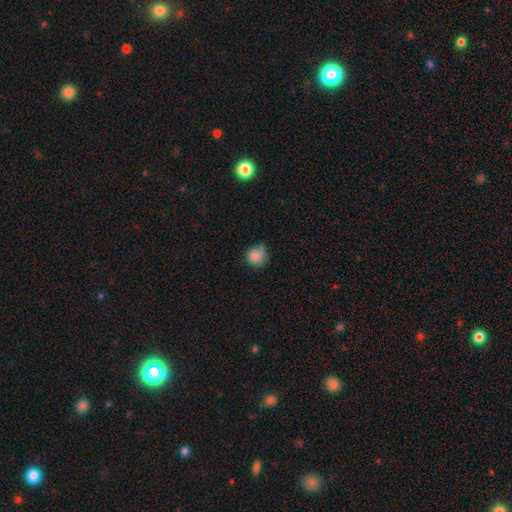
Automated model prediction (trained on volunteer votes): Smooth or featured: smooth — 83% (star or artifact — 9%)
How rounded: round — 85% (in between — 14%)
Merging: none — 51% (minor disturbance — 35%)